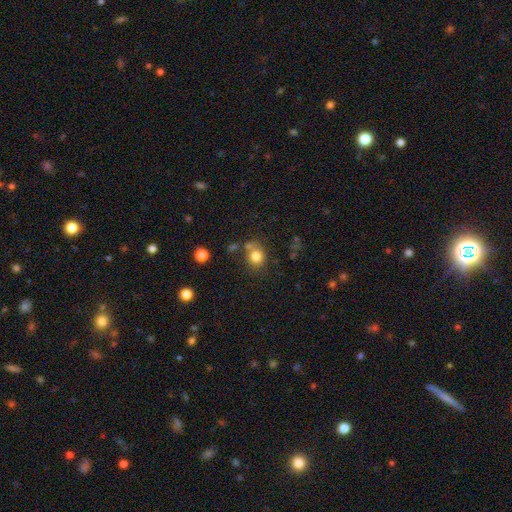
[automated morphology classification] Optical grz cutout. It shows a smooth galaxy with no disk features (80%) that is round (77%). Merging: none (65%).